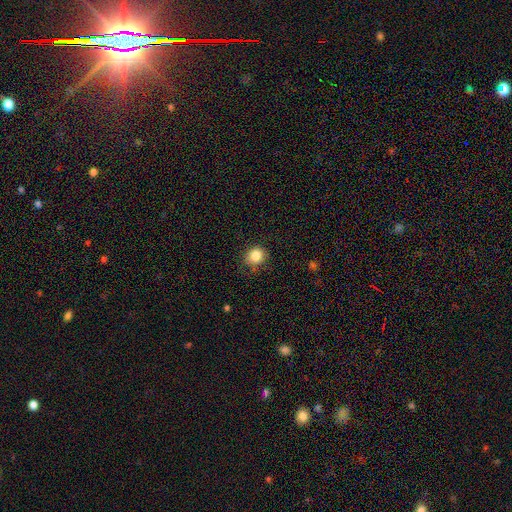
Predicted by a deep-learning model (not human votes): smooth_or_featured: smooth (p=0.85) [alt: star or artifact p=0.10]
how_rounded: round (p=0.78) [alt: in between p=0.21]
merging: none (p=0.80) [alt: minor disturbance p=0.15]